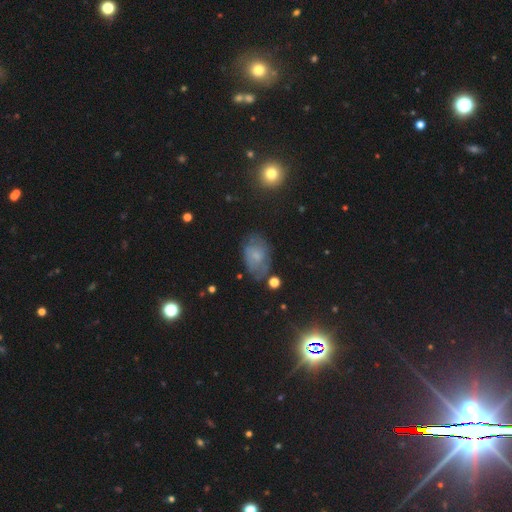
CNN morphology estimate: Smooth or featured?
  - smooth: 52% *
  - featured or disk: 34%
  - star or artifact: 14%
How rounded?
  - in between: 86% *
  - round: 12%
  - cigar-shaped: 2%
Merging?
  - none: 61% *
  - minor disturbance: 25%
  - major disturbance: 10%
  - merger: 3%